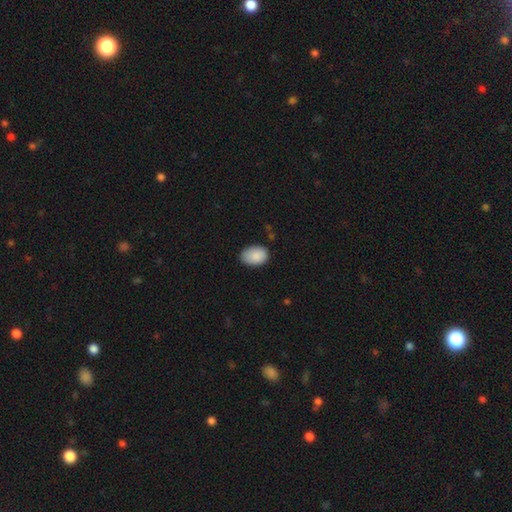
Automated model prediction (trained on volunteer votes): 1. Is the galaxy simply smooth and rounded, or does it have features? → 89% smooth, 7% star or artifact, 4% featured or disk.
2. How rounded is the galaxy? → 85% in between, 14% round, 1% cigar-shaped.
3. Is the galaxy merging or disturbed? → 76% none, 19% minor disturbance, 3% major disturbance, 1% merger.